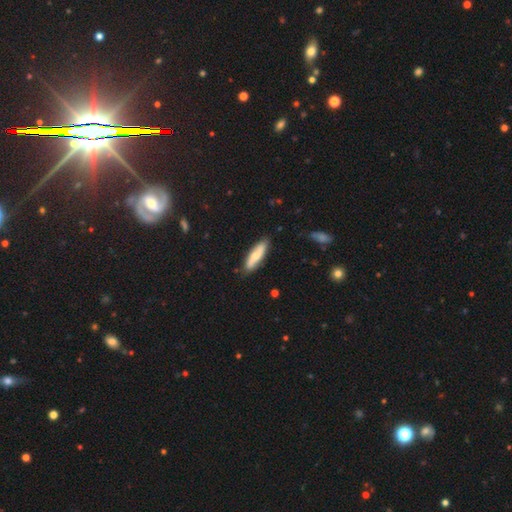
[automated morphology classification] Smooth or featured? Predicted: smooth (p=0.57). How rounded? Predicted: cigar-shaped (p=0.64). Merging? Predicted: none (p=0.84).